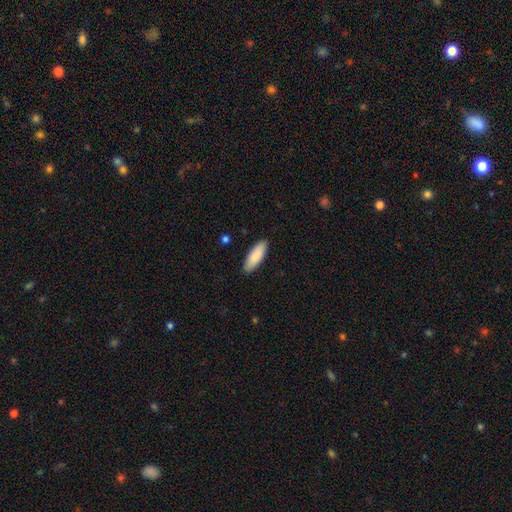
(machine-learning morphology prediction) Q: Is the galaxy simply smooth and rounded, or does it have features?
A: smooth — 87%.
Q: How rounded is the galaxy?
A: in between — 61%.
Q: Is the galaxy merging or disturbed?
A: none — 89%.